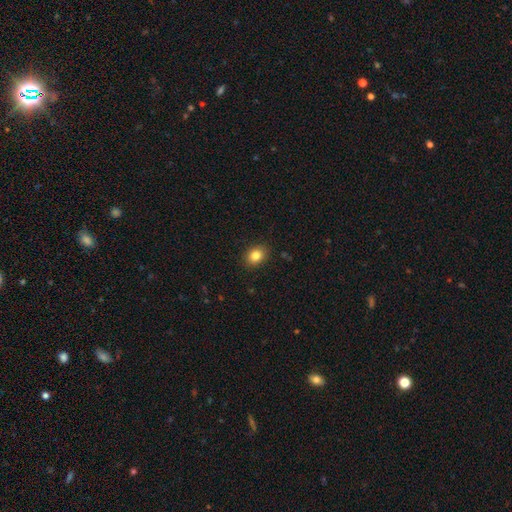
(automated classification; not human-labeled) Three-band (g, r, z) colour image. It shows a smooth galaxy with no disk features (83%) that is in between round and cigar-shaped (53%). Merging: none (89%).